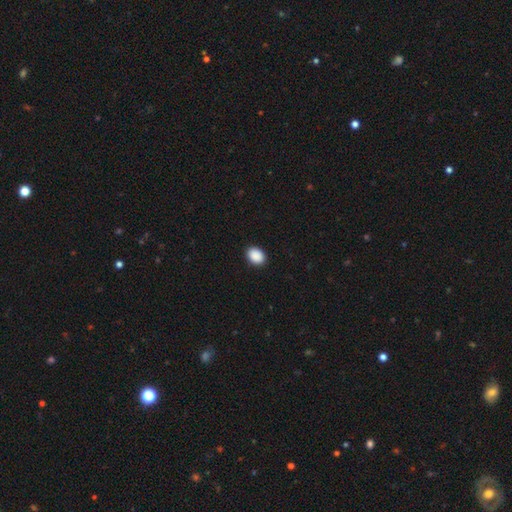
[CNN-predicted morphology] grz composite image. It shows a smooth galaxy with no disk features (91%) that is in between round and cigar-shaped (71%). Merging: none (91%).